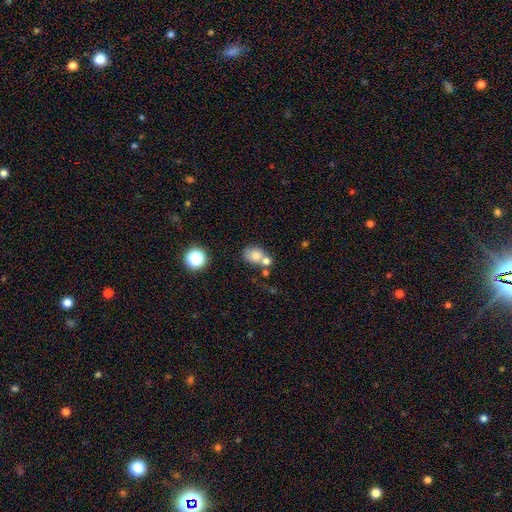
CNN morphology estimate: This appears to be a smooth galaxy with no disk features (75%) that is round (56%). Merging: none (43%).